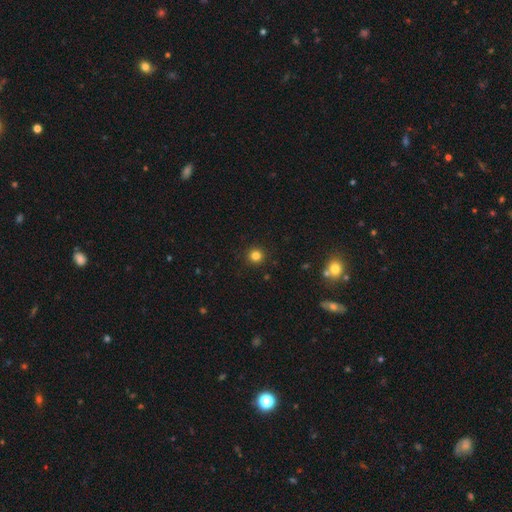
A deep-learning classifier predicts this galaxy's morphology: The model was most divided on "smooth or featured": smooth: 82%, star or artifact: 14%, featured or disk: 4%. More confident: how rounded — round (95%); merging — none (93%).